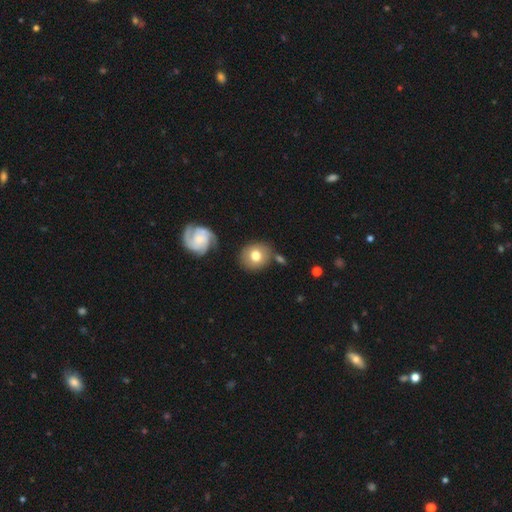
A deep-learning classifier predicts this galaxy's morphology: A smooth galaxy with no disk features (70%) that is round (80%). Merging: none (75%).